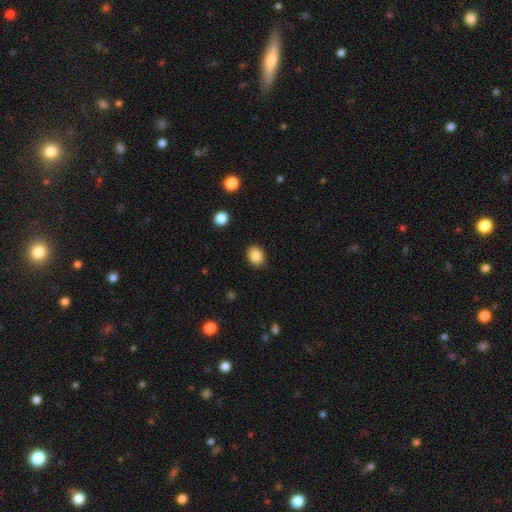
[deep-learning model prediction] Q: Smooth or featured?
A: smooth (87%); runner-up: star or artifact (9%)
Q: How rounded?
A: in between (63%); runner-up: round (36%)
Q: Merging?
A: none (85%); runner-up: minor disturbance (11%)